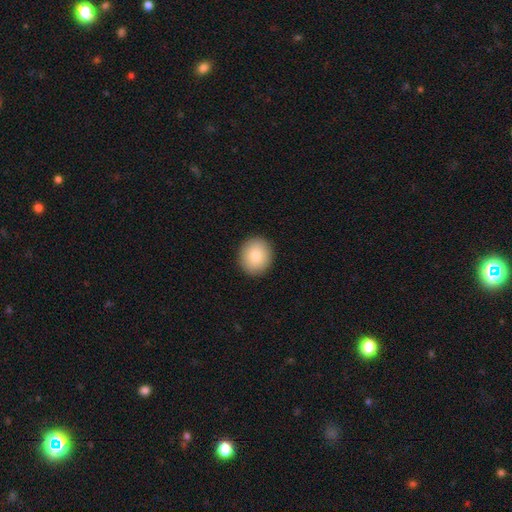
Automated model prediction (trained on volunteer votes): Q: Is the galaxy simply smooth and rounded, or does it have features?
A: smooth — 82%.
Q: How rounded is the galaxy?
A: round — 80%.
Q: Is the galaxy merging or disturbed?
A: none — 91%.